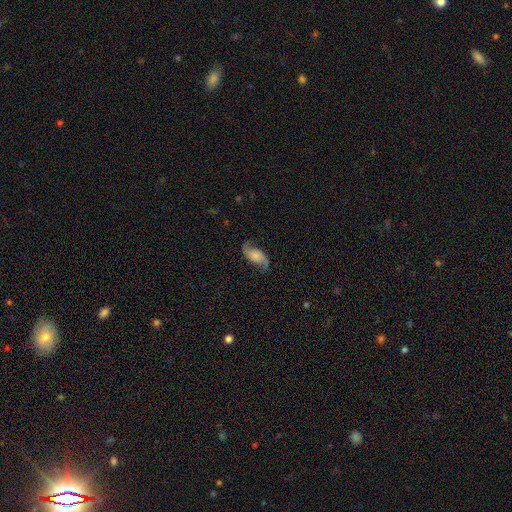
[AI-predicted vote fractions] A featured or disk galaxy (66%) with no bar (66%), 2 (92%) loose (64%) spiral arms (94%) and no central bulge (35%).

Vote fractions:
- Smooth or featured? featured or disk: 66% / smooth: 26% / star or artifact: 8%
- Edge-on disk? no: 95% / yes: 5%
- Bar? no: 66% / weak: 27% / strong: 7%
- Spiral arms? yes: 94% / no: 6%
- Spiral winding? loose: 64% / medium: 27% / tight: 9%
- Spiral arm count? 2: 92% / can't tell: 3% / 1: 2% / 3: 1% / 4: 1% / more than 4: 1%
- Bulge size? none: 35% / small: 26% / moderate: 18% / large: 15% / dominant: 5%
- Merging? none: 74% / minor disturbance: 17% / major disturbance: 8% / merger: 1%